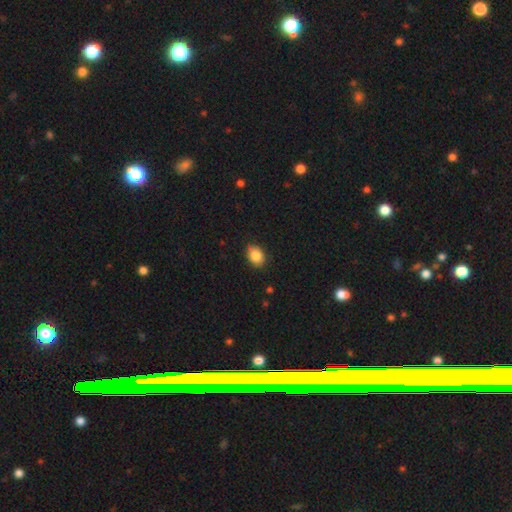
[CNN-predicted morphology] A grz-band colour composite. It shows a smooth galaxy with no disk features (86%) that is in between round and cigar-shaped (69%). Merging: none (84%).